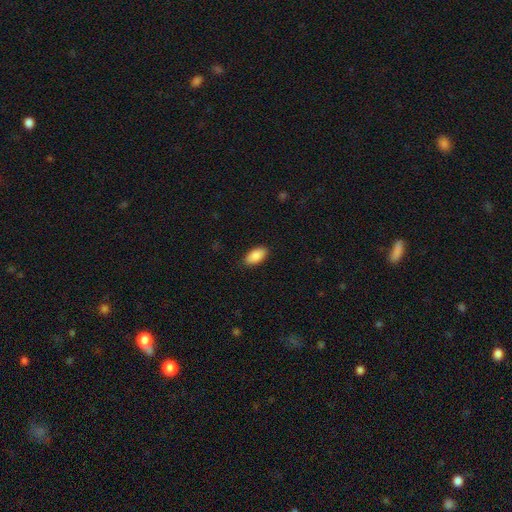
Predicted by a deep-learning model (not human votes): Smooth or featured? smooth (89%)
How rounded? in between (93%)
Merging? none (88%)